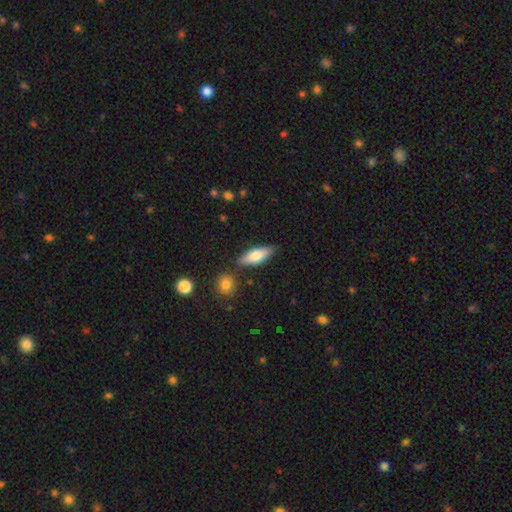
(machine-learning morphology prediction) Q: Smooth or featured?
A: smooth (68%); runner-up: featured or disk (26%)
Q: How rounded?
A: in between (62%); runner-up: cigar-shaped (35%)
Q: Merging?
A: none (78%); runner-up: minor disturbance (14%)